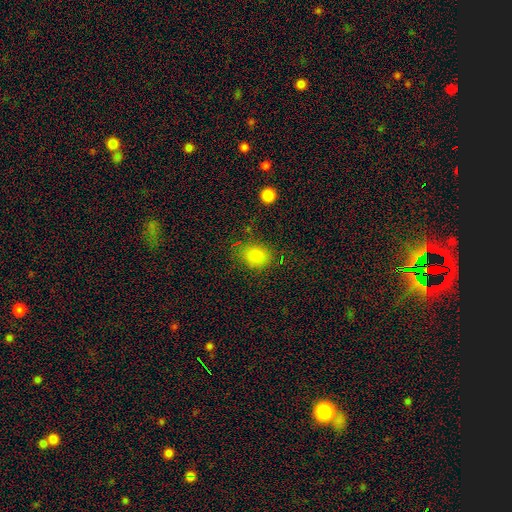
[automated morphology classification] type=smooth (83%); roundness=round (54%); merging=none (78%).